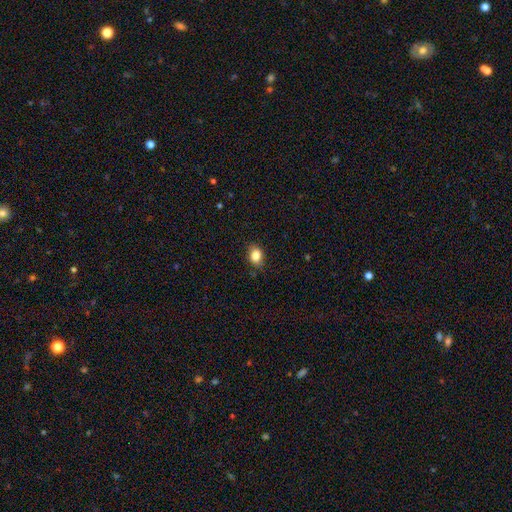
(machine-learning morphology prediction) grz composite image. It shows a smooth galaxy with no disk features (83%) that is in between round and cigar-shaped (63%). Merging: none (81%).